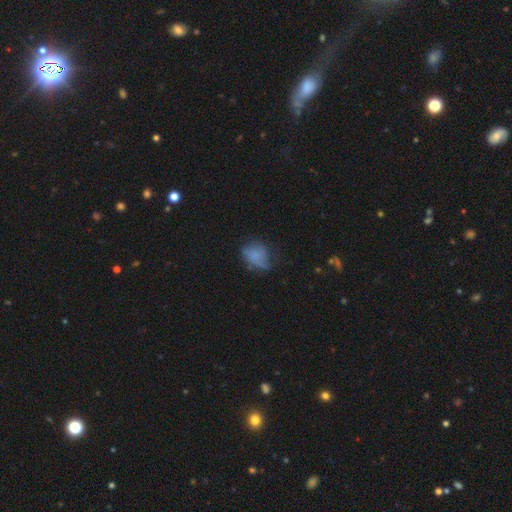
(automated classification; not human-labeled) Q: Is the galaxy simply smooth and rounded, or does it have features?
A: smooth — 66%.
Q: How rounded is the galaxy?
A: in between — 59%.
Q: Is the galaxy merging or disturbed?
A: none — 39%.